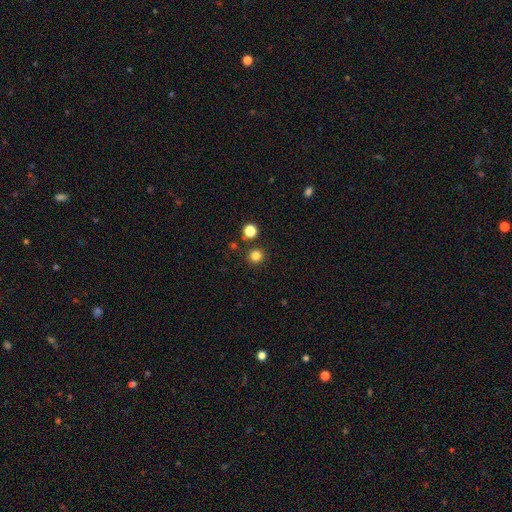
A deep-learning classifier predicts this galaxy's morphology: Smooth or featured? Predicted: smooth (p=0.81). How rounded? Predicted: round (p=0.94). Merging? Predicted: none (p=0.87).